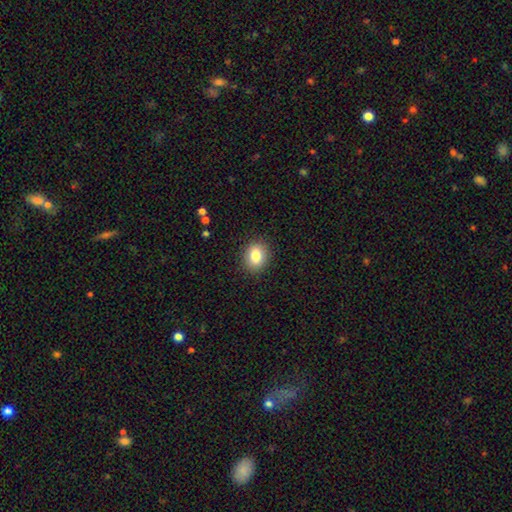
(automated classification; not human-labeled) Overall: smooth (84%). How rounded: in between (52%; round 47%). Merging: none (89%).